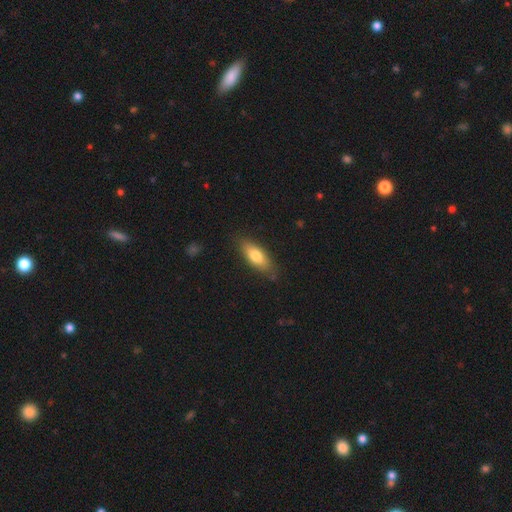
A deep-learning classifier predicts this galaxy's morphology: This is likely a smooth galaxy (75%). How rounded: likely in between (71%). Merging: clearly none (82%).